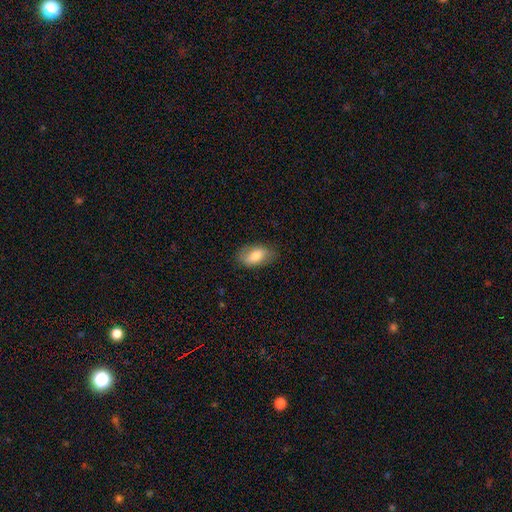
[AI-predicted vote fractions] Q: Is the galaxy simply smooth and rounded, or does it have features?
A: smooth — 71%.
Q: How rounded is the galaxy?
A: in between — 91%.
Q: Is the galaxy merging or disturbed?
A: none — 79%.